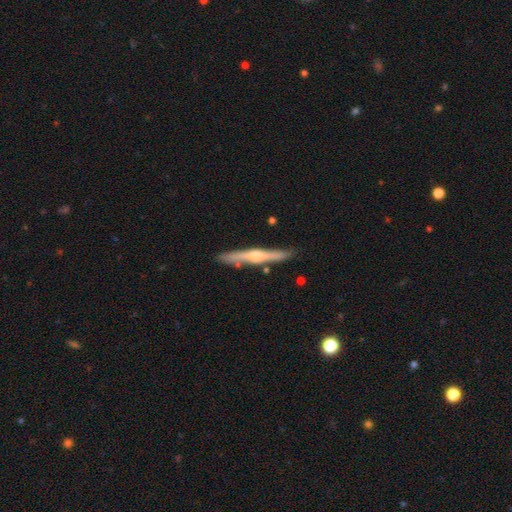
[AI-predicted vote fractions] Smooth or featured: featured or disk — 69% (smooth — 26%)
Edge-on disk: yes — 97% (no — 3%)
Edge-on bulge: rounded — 78% (none — 13%)
Merging: none — 85% (minor disturbance — 10%)